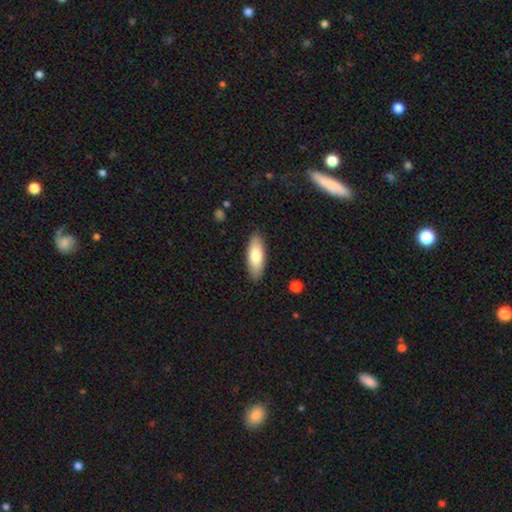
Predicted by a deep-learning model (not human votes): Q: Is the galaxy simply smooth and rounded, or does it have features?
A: smooth — 77%.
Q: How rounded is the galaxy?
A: in between — 67%.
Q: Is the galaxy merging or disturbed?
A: none — 88%.